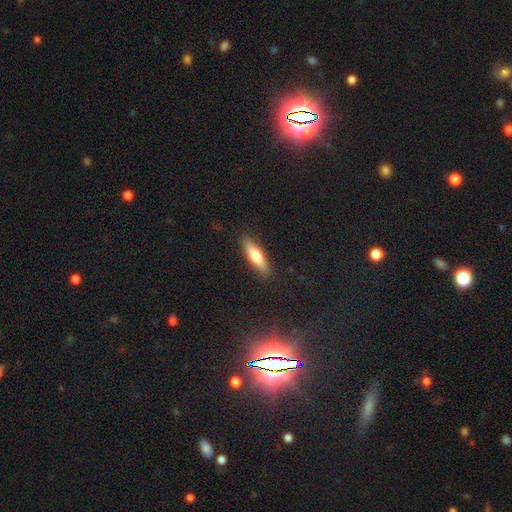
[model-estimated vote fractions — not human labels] This is likely a smooth galaxy (69%). How rounded: likely cigar-shaped (64%). Merging: clearly none (89%).